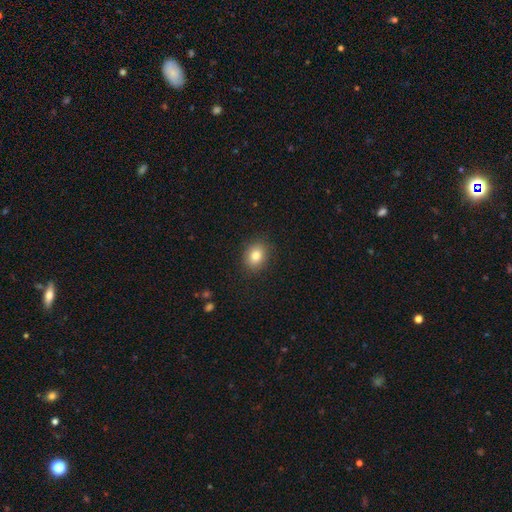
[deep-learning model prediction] The model was most divided on "how rounded": round: 53%, in between: 46%, cigar-shaped: 1%. More confident: merging — none (88%); smooth or featured — smooth (83%).